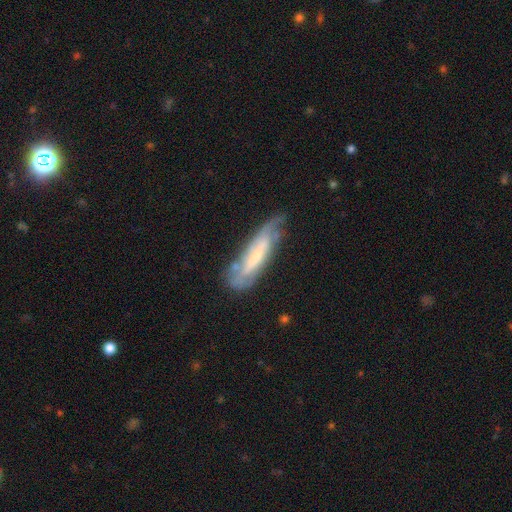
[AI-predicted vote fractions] Morphology: type=featured or disk (62%); edge-on=no (62%); merging=none (59%).